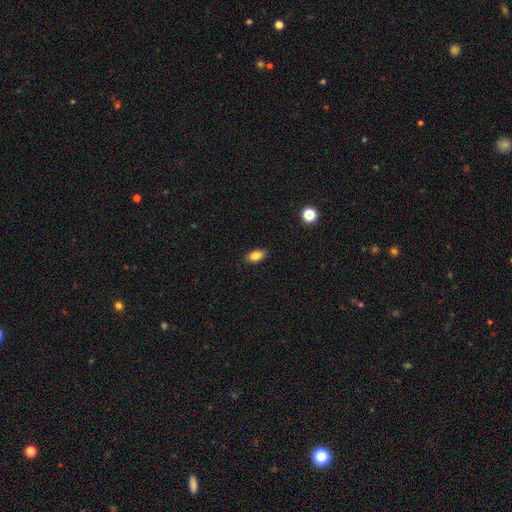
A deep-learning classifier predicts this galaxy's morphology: smooth 84%, star or artifact 9%, featured or disk 7%. Down the decision tree: how rounded — in between (89%); merging — none (89%).